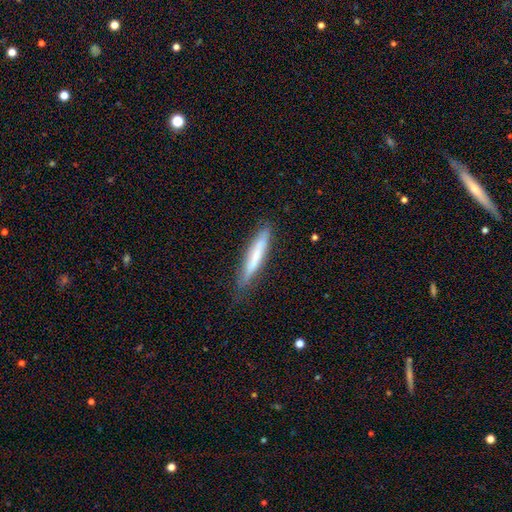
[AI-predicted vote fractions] Smooth or featured?
  - smooth: 65% *
  - featured or disk: 29%
  - star or artifact: 6%
How rounded?
  - cigar-shaped: 92% *
  - in between: 6%
  - round: 1%
Merging?
  - none: 82% *
  - minor disturbance: 15%
  - major disturbance: 3%
  - merger: 1%